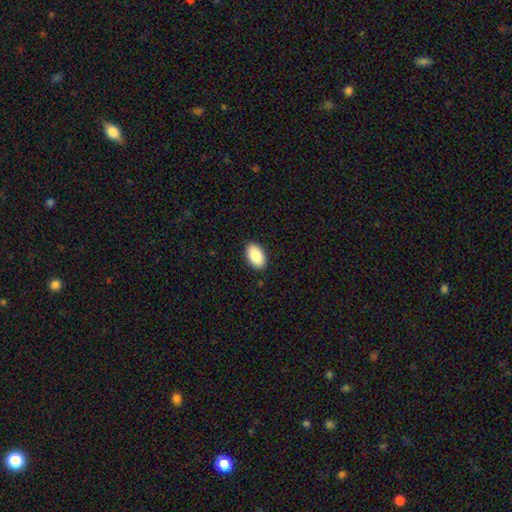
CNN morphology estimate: This appears to be a smooth galaxy with no disk features (87%) that is in between round and cigar-shaped (94%). Merging: none (90%).